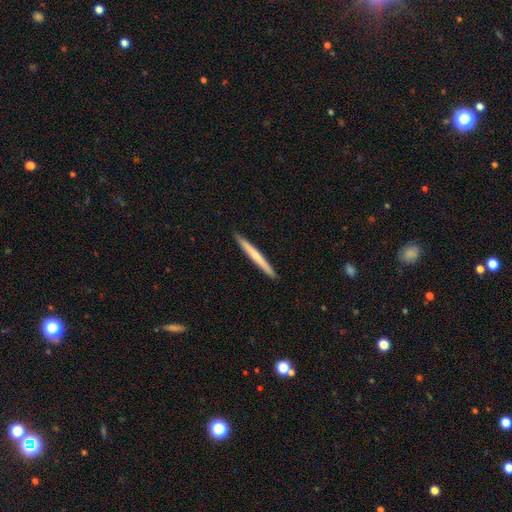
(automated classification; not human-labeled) This is possibly a smooth galaxy (58%). How rounded: clearly cigar-shaped (97%). Merging: clearly none (92%).